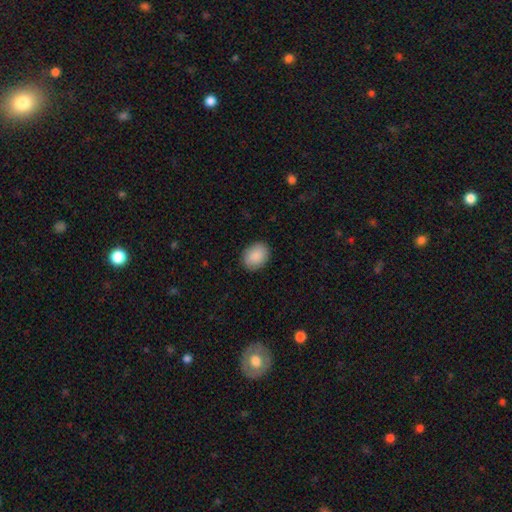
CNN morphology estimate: smooth-or-featured: smooth: 90% | star or artifact: 6% | featured or disk: 4%
  how-rounded: in between: 62% | round: 37% | cigar-shaped: 1%
  merging: none: 88% | minor disturbance: 9% | major disturbance: 2% | merger: 1%